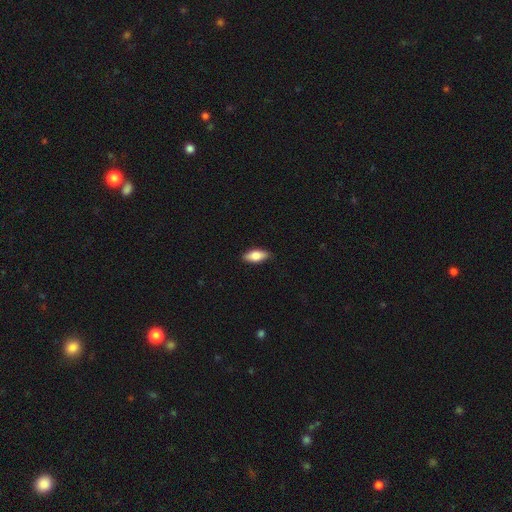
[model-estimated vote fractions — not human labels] The model was most divided on "smooth or featured": smooth: 77%, featured or disk: 17%, star or artifact: 6%. More confident: merging — none (87%); how rounded — in between (81%).